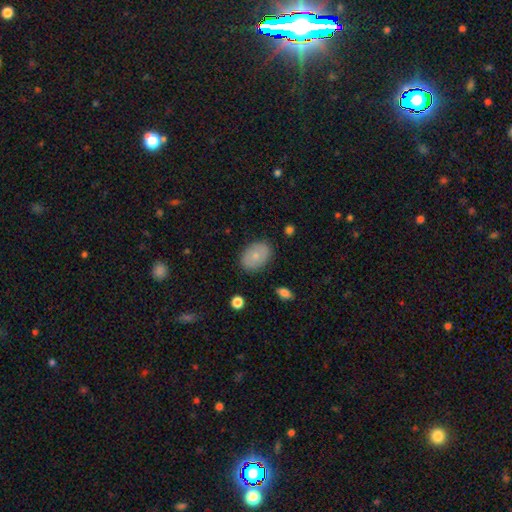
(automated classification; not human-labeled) A smooth galaxy with no disk features (75%) that is in between round and cigar-shaped (80%).

Vote fractions:
- Smooth or featured? smooth: 75% / featured or disk: 18% / star or artifact: 7%
- How rounded? in between: 80% / round: 19% / cigar-shaped: 1%
- Merging? none: 85% / minor disturbance: 11% / major disturbance: 3% / merger: 1%